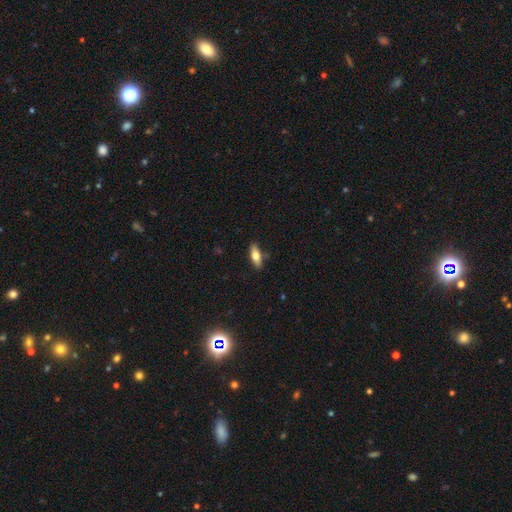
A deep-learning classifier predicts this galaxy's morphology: The model was most divided on "how rounded": in between: 66%, cigar-shaped: 32%, round: 3%. More confident: merging — none (86%); smooth or featured — smooth (64%).